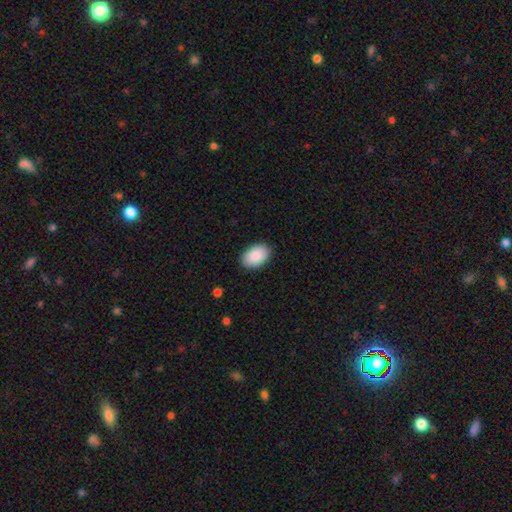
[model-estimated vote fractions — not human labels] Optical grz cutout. It shows a smooth galaxy with no disk features (90%) that is in between round and cigar-shaped (91%). Merging: none (89%).